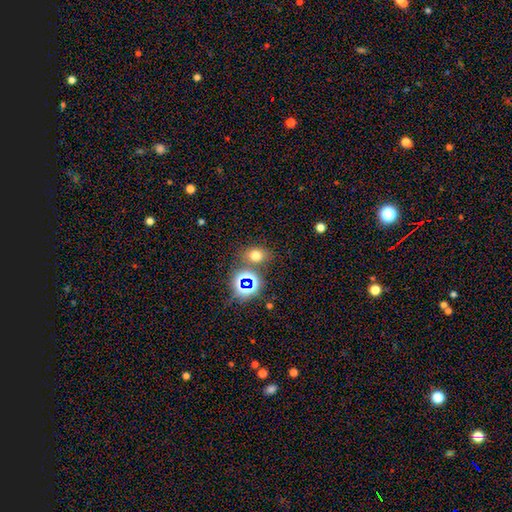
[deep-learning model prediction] A smooth galaxy with no disk features (65%) that is in between round and cigar-shaped (51%). Merging: none (73%).